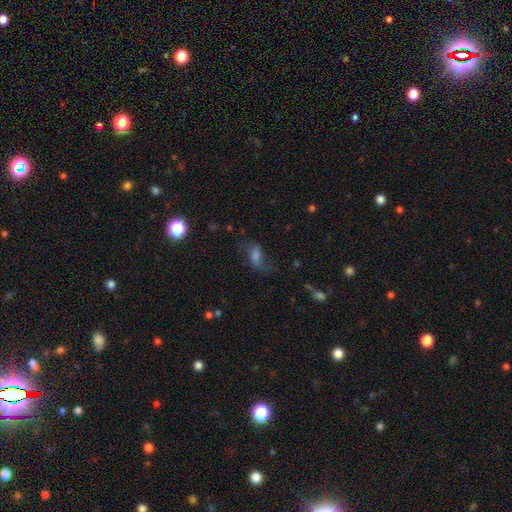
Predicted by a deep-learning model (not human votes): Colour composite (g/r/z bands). It shows a featured or disk galaxy (41%). Merging: none (58%).